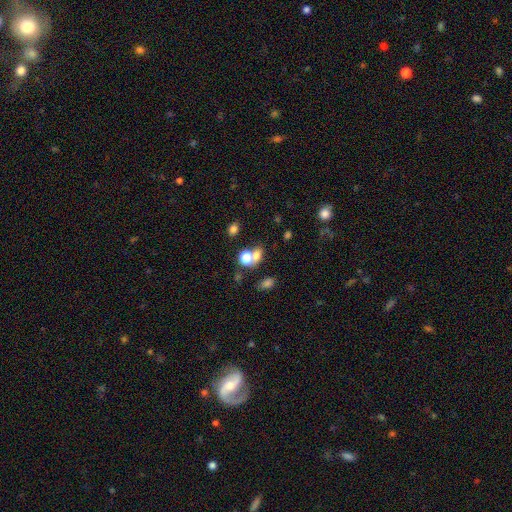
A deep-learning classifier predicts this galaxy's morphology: smooth 70%, star or artifact 19%, featured or disk 11%. Down the decision tree: how rounded — round (56%); merging — none (44%).